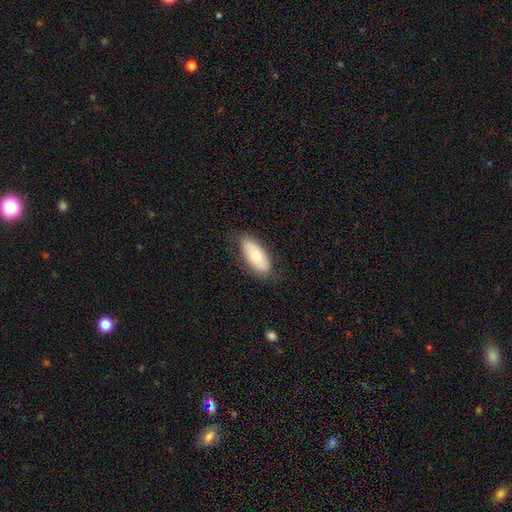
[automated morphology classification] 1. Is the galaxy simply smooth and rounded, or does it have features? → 62% smooth, 32% featured or disk, 7% star or artifact.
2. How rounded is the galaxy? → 89% in between, 8% cigar-shaped, 3% round.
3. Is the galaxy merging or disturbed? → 82% none, 14% minor disturbance, 3% major disturbance, 1% merger.